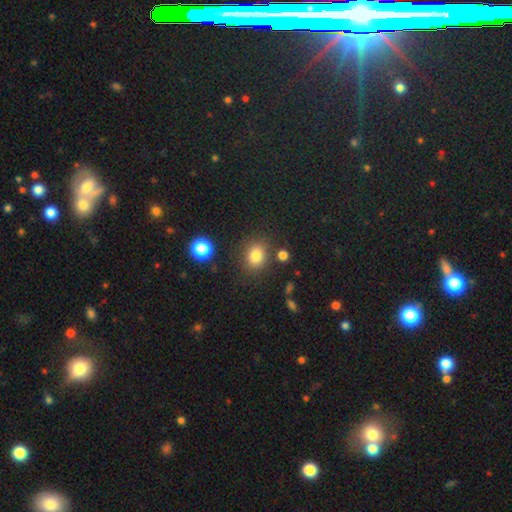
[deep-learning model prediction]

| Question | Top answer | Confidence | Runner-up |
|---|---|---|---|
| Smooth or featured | smooth | 81% | star or artifact (13%) |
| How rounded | round | 59% | in between (40%) |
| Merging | none | 80% | minor disturbance (11%) |